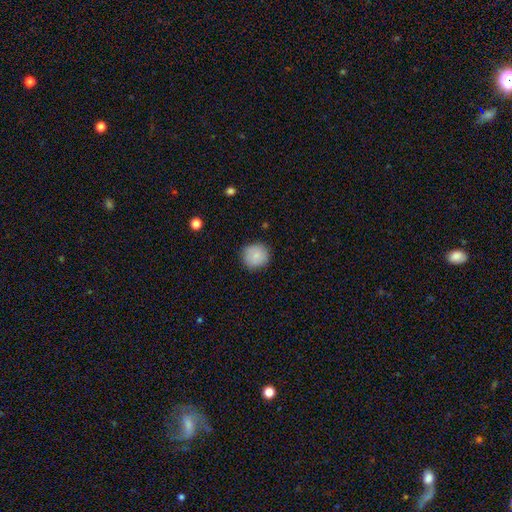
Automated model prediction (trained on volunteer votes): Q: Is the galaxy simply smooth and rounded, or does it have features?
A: smooth — 84%.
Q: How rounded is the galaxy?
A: round — 92%.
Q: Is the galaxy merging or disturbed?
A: none — 85%.